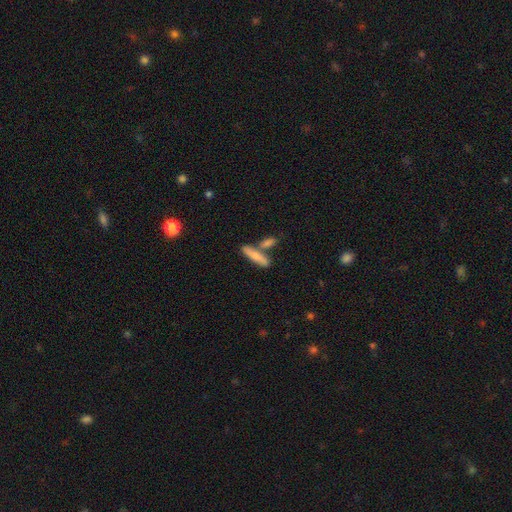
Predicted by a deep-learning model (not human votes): This is likely a smooth galaxy (70%). How rounded: likely cigar-shaped (76%). Merging: possibly none (59%).